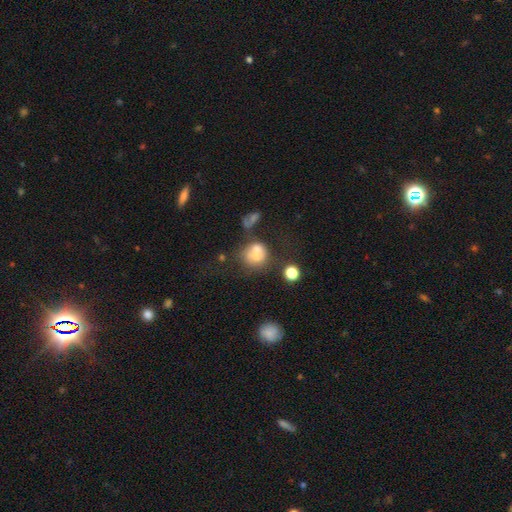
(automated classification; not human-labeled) Morphology: type=smooth (60%); roundness=round (76%); merging=merger (44%).